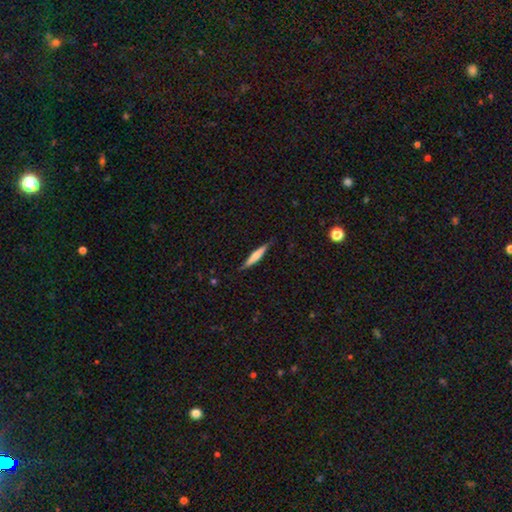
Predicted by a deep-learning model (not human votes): A smooth galaxy with no disk features (50%).

Vote fractions:
- Smooth or featured? smooth: 50% / featured or disk: 44% / star or artifact: 6%
- Merging? none: 85% / minor disturbance: 11% / major disturbance: 2% / merger: 1%